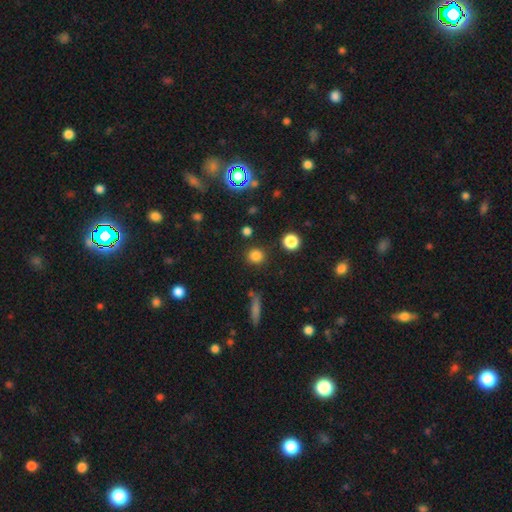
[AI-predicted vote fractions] This appears to be a smooth galaxy with no disk features (80%) that is round (90%). Merging: none (87%).